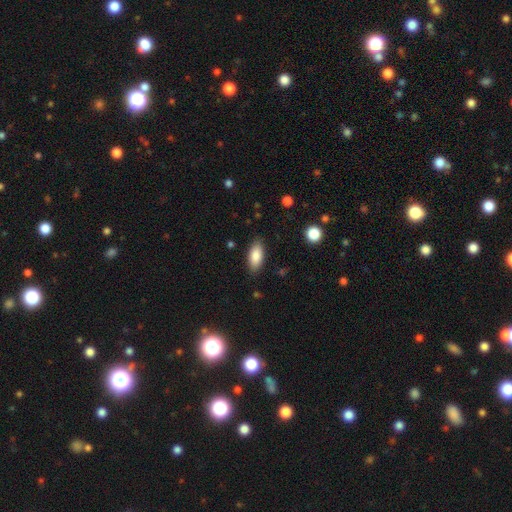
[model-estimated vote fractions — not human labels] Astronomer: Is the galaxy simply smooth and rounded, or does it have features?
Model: smooth — 86%.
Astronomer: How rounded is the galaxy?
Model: in between — 88%.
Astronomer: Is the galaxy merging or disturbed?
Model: none — 86%.